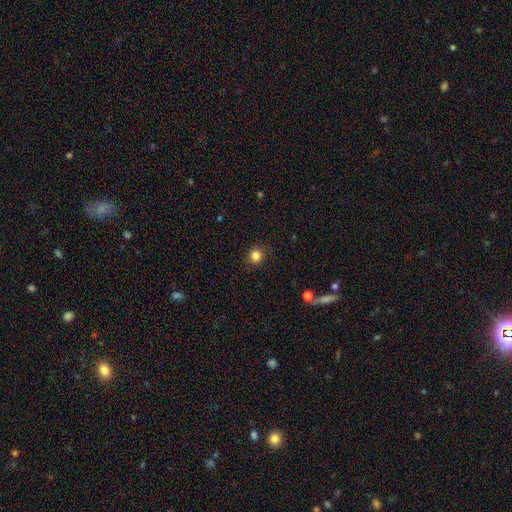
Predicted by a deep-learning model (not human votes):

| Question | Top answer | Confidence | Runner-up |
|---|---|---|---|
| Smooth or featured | smooth | 84% | star or artifact (11%) |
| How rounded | round | 89% | in between (10%) |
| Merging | none | 88% | minor disturbance (8%) |